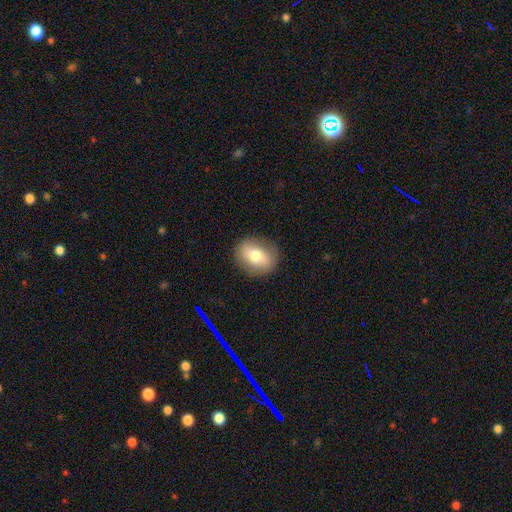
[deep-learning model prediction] Smooth or featured? Predicted: smooth (p=0.67). How rounded? Predicted: round (p=0.50). Merging? Predicted: none (p=0.86).